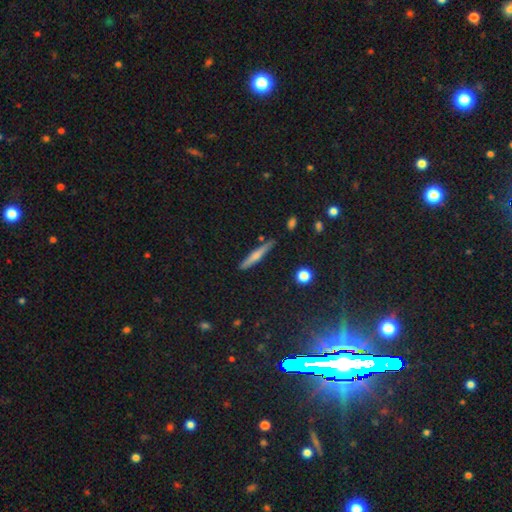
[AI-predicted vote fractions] Q: Smooth or featured?
A: smooth (56%); runner-up: featured or disk (36%)
Q: How rounded?
A: cigar-shaped (93%); runner-up: in between (5%)
Q: Merging?
A: none (84%); runner-up: minor disturbance (11%)